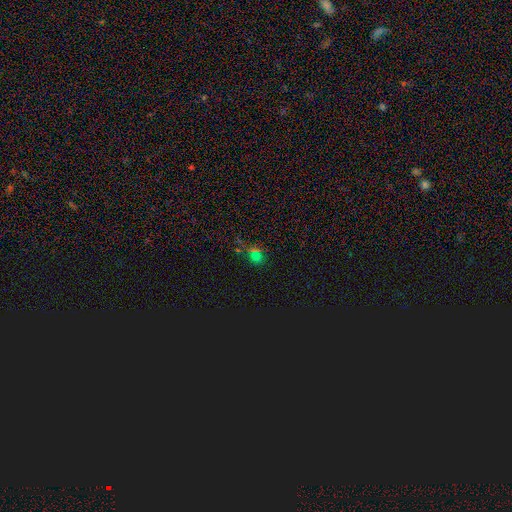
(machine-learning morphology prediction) A star or artifact, not a galaxy (49%).

Vote fractions:
- Smooth or featured? star or artifact: 49% / smooth: 42% / featured or disk: 9%